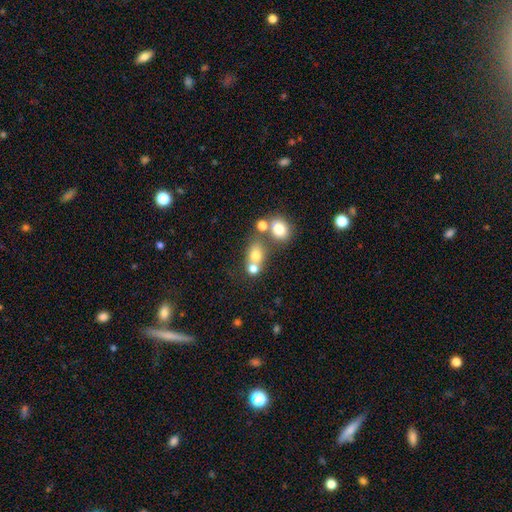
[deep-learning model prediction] The model was most divided on "merging": none: 45%, merger: 39%, minor disturbance: 10%, major disturbance: 6%. More confident: smooth or featured — smooth (70%); how rounded — round (59%).